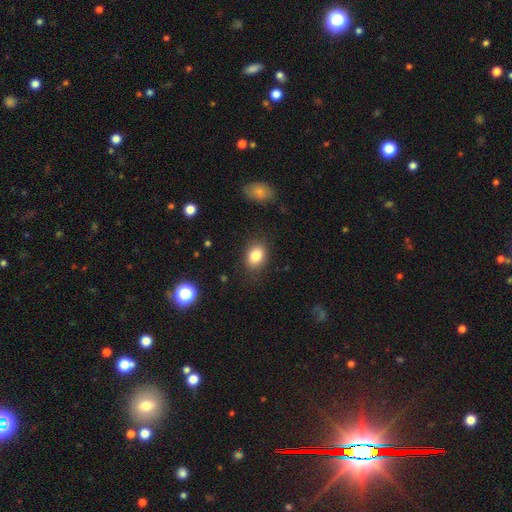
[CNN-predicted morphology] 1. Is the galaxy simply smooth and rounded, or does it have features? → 83% smooth, 10% star or artifact, 7% featured or disk.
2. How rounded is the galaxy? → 66% in between, 33% round, 1% cigar-shaped.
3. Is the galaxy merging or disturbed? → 84% none, 11% minor disturbance, 3% major disturbance, 1% merger.